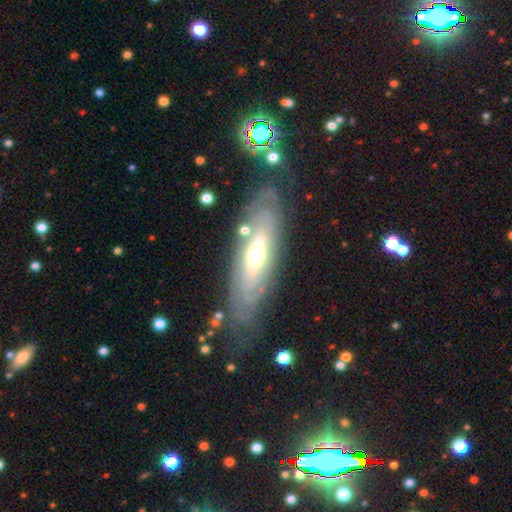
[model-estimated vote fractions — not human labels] This is likely a featured or disk galaxy (78%). It is likely not viewed edge-on (77%). Bar: likely no (66%). Spiral arm pattern: likely yes (68%). Central bulge: likely moderate (66%). Merging: likely none (74%).